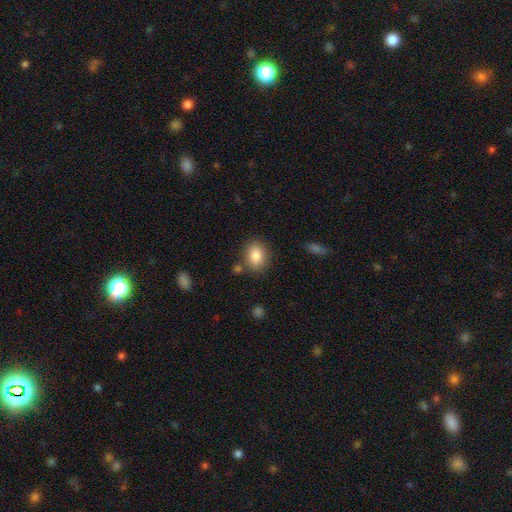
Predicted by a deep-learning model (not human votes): Smooth or featured? Predicted: smooth (p=0.85). How rounded? Predicted: in between (p=0.66). Merging? Predicted: none (p=0.80).